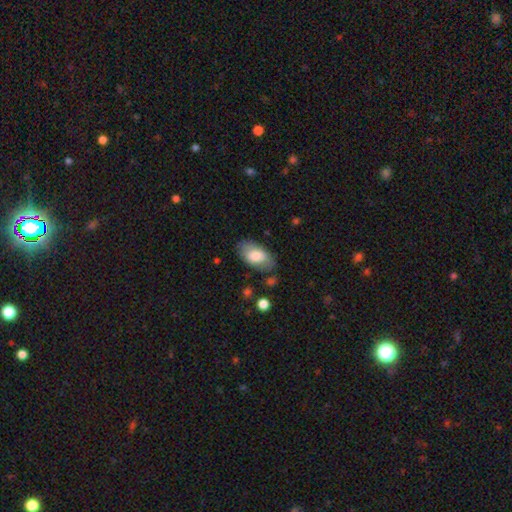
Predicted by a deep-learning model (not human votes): Morphology: type=smooth (77%); roundness=in between (94%); merging=none (75%).